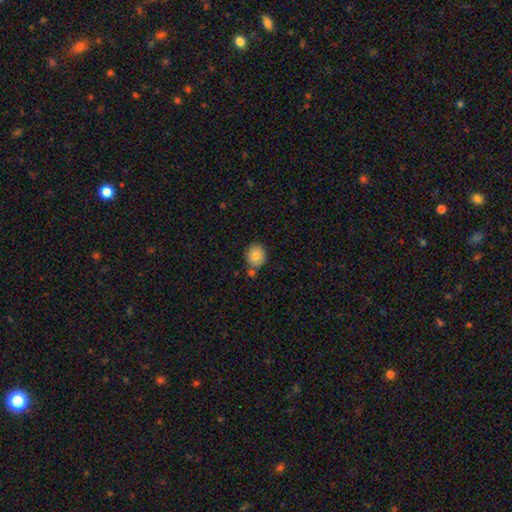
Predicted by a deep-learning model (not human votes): Q: Smooth or featured?
A: smooth (82%); runner-up: featured or disk (9%)
Q: How rounded?
A: round (68%); runner-up: in between (31%)
Q: Merging?
A: none (73%); runner-up: minor disturbance (13%)